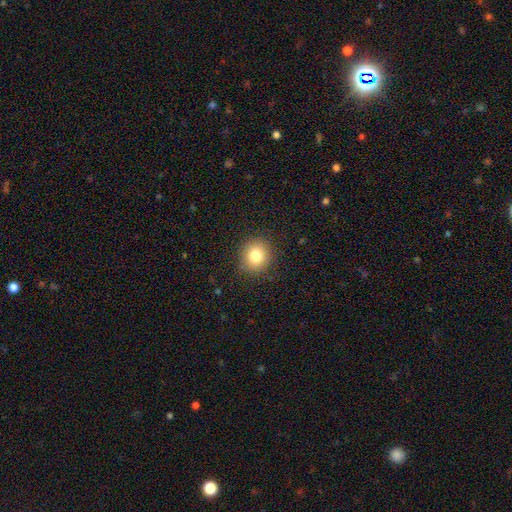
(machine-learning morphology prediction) Overall: smooth (80%). How rounded: round (85%). Merging: none (88%).